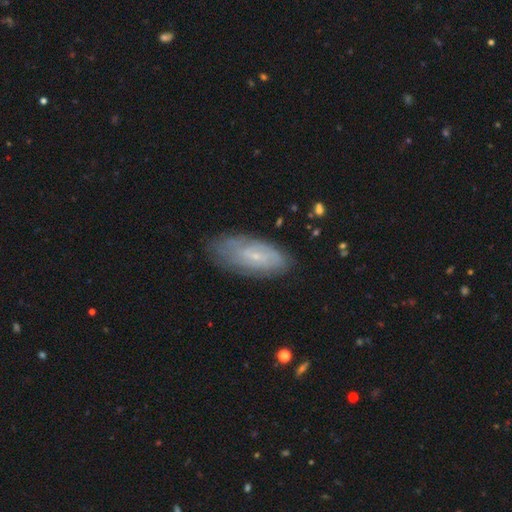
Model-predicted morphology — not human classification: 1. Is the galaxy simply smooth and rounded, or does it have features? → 63% featured or disk, 29% smooth, 7% star or artifact.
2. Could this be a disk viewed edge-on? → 89% no, 11% yes.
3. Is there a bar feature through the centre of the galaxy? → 56% no, 37% weak, 8% strong.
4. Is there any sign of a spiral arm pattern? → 81% yes, 19% no.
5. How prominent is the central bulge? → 80% small, 13% moderate, 5% none, 1% large, 1% dominant.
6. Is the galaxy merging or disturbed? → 72% none, 21% minor disturbance, 6% major disturbance, 2% merger.